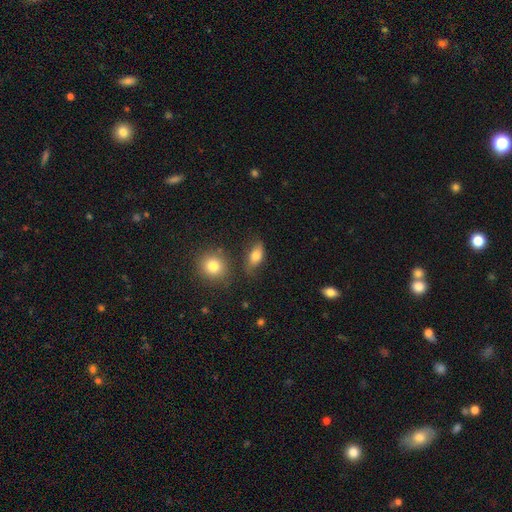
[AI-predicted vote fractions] This appears to be a smooth galaxy with no disk features (76%) that is in between round and cigar-shaped (84%). Merging: none (67%).